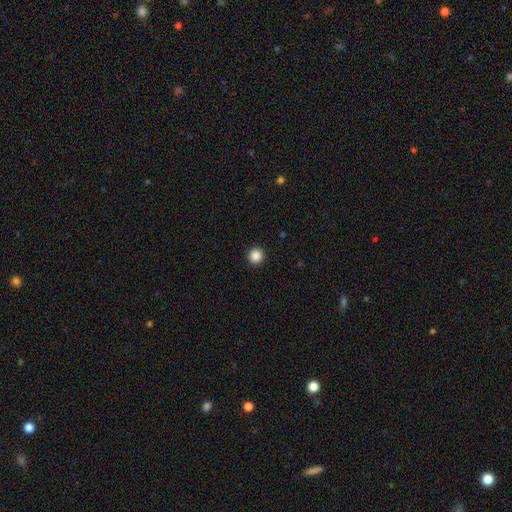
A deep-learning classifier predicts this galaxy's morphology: Smooth or featured? Predicted: smooth (p=0.87). How rounded? Predicted: round (p=0.95). Merging? Predicted: none (p=0.93).